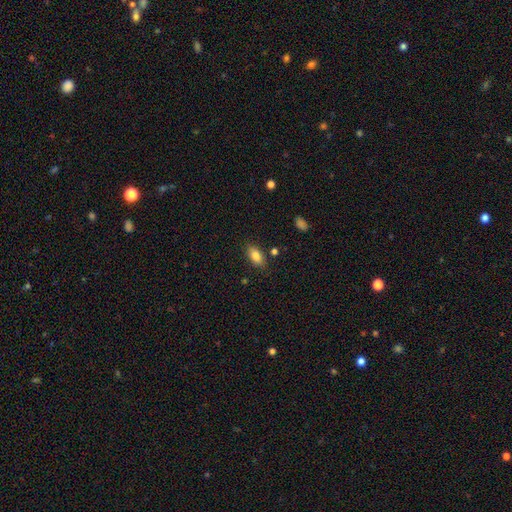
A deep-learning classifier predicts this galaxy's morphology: Q: Smooth or featured?
A: smooth (83%); runner-up: featured or disk (9%)
Q: How rounded?
A: in between (90%); runner-up: cigar-shaped (6%)
Q: Merging?
A: none (83%); runner-up: minor disturbance (11%)